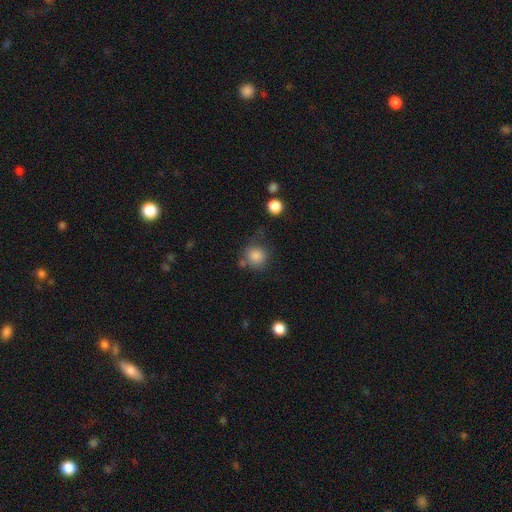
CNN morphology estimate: smooth-or-featured: smooth: 84% | star or artifact: 11% | featured or disk: 5%
  how-rounded: round: 91% | in between: 9% | cigar-shaped: 1%
  merging: none: 70% | minor disturbance: 15% | merger: 10% | major disturbance: 6%